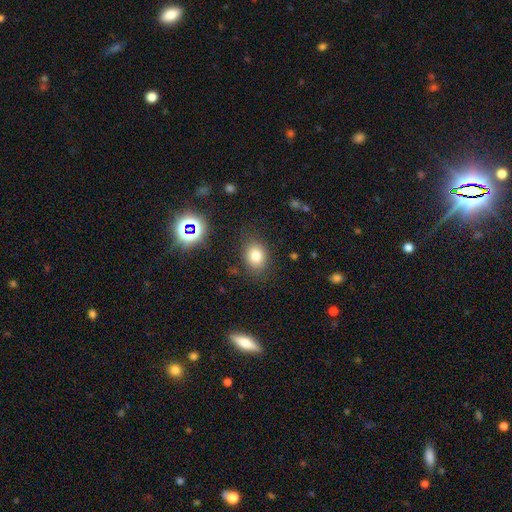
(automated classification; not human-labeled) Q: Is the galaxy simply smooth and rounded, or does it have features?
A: smooth — 79%.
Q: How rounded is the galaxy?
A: in between — 52%.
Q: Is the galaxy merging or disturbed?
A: none — 81%.